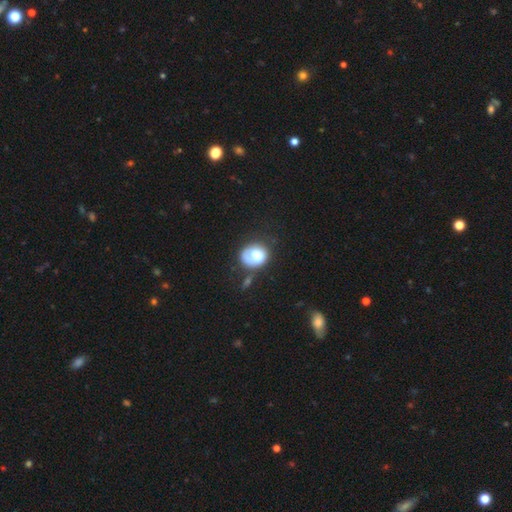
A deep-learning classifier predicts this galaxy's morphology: Smooth or featured? Predicted: smooth (p=0.67). How rounded? Predicted: round (p=0.57). Merging? Predicted: none (p=0.49).